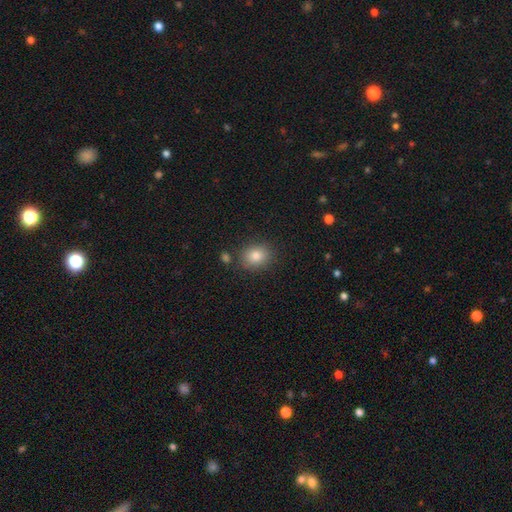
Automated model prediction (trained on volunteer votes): smooth-or-featured: smooth: 82% | star or artifact: 10% | featured or disk: 7%
  how-rounded: round: 56% | in between: 43% | cigar-shaped: 1%
  merging: none: 82% | minor disturbance: 10% | merger: 4% | major disturbance: 3%